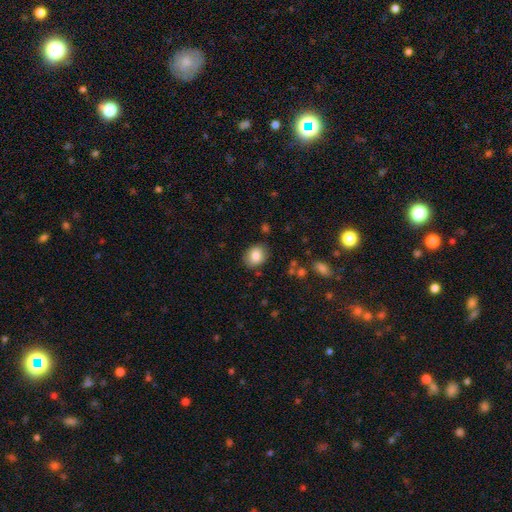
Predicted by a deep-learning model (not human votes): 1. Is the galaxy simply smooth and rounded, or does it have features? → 83% smooth, 9% featured or disk, 9% star or artifact.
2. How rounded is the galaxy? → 50% in between (tied), 50% round (tied), 1% cigar-shaped.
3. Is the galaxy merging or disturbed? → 83% none, 12% minor disturbance, 3% major disturbance, 2% merger.